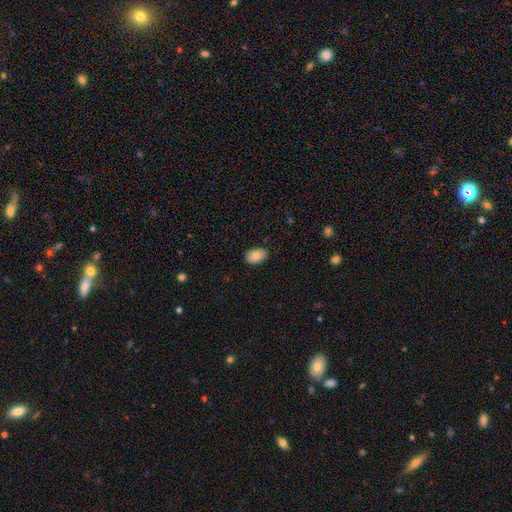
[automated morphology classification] smooth_or_featured: smooth (p=0.85) [alt: featured or disk p=0.08]
how_rounded: in between (p=0.89) [alt: round p=0.10]
merging: none (p=0.84) [alt: minor disturbance p=0.12]